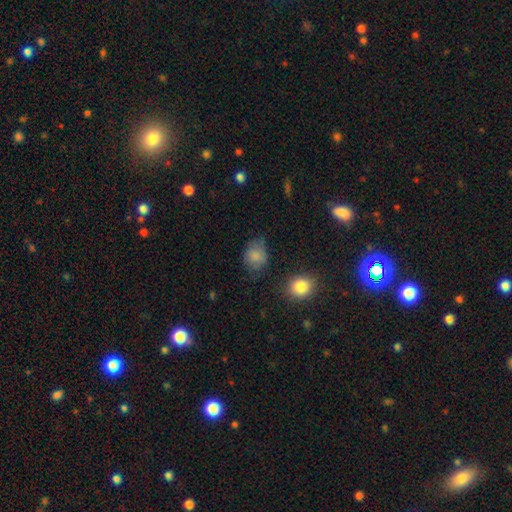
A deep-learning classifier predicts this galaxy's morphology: Overall: smooth (82%). How rounded: round (53%; in between 46%). Merging: none (57%; minor disturbance 30%).